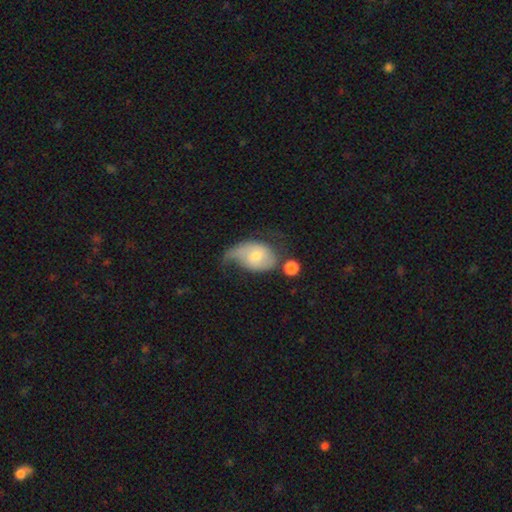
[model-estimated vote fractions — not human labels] Smooth or featured? featured or disk (54%)
Edge-on disk? no (95%)
Bar? no (61%)
Spiral arms? yes (79%)
Bulge size? moderate (50%)
Merging? major disturbance (31%)